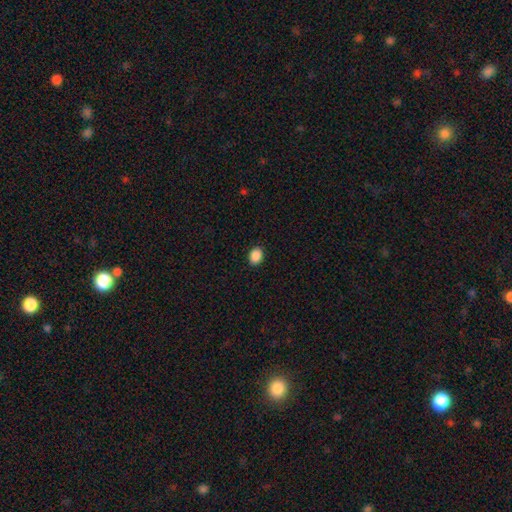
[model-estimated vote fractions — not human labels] A smooth galaxy with no disk features (89%) that is in between round and cigar-shaped (61%). Merging: none (90%).